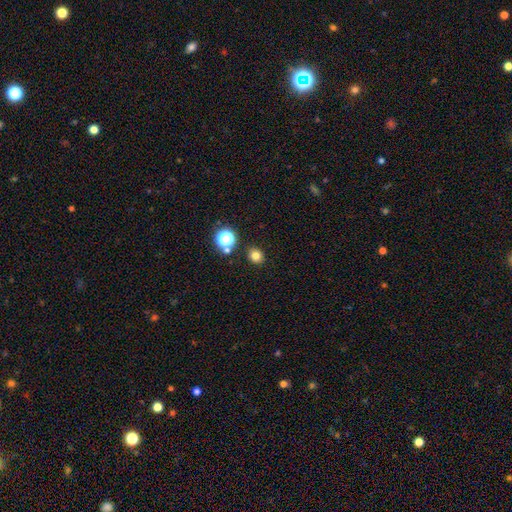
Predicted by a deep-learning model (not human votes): A smooth galaxy with no disk features (78%) that is round (74%). Merging: none (88%).